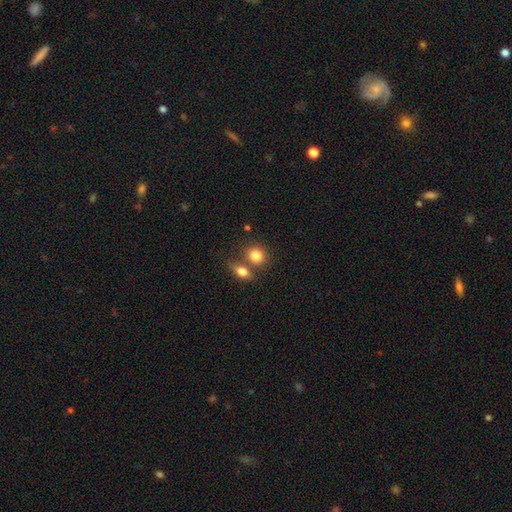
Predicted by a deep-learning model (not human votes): smooth_or_featured: smooth (p=0.82) [alt: star or artifact p=0.09]
how_rounded: round (p=0.72) [alt: in between p=0.26]
merging: none (p=0.54) [alt: merger p=0.33]